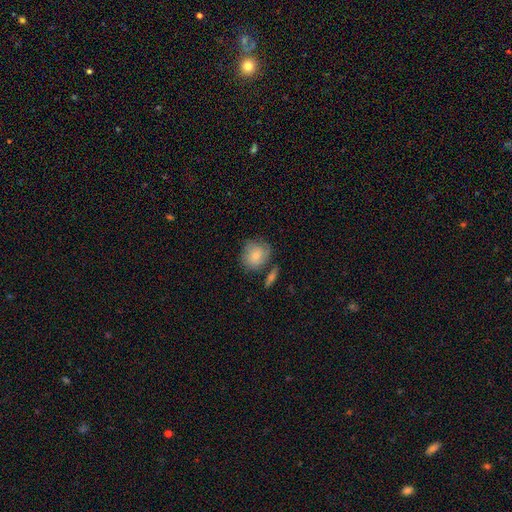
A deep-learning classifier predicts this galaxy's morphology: Smooth or featured?
  - smooth: 75% *
  - featured or disk: 19%
  - star or artifact: 7%
How rounded?
  - round: 79% *
  - in between: 20%
  - cigar-shaped: 1%
Merging?
  - none: 62% *
  - minor disturbance: 21%
  - merger: 11%
  - major disturbance: 7%